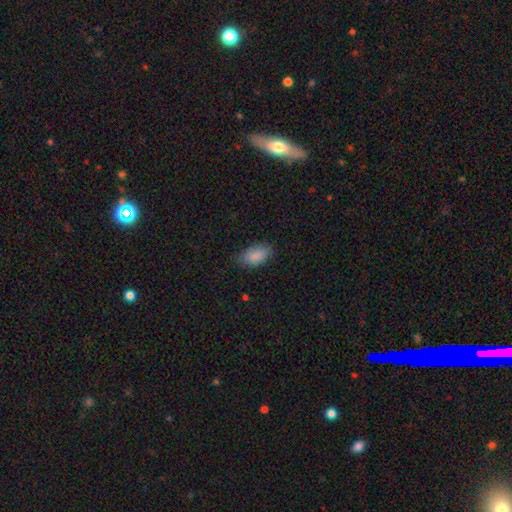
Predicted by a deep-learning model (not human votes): Smooth or featured: smooth — 86% (star or artifact — 8%)
How rounded: in between — 93% (round — 4%)
Merging: none — 73% (minor disturbance — 21%)